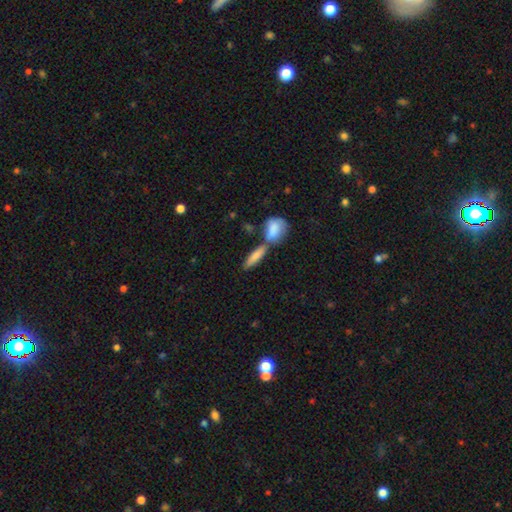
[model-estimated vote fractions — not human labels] smooth-or-featured: smooth: 78% | featured or disk: 16% | star or artifact: 7%
  how-rounded: cigar-shaped: 58% | in between: 38% | round: 4%
  merging: none: 51% | merger: 34% | minor disturbance: 11% | major disturbance: 4%